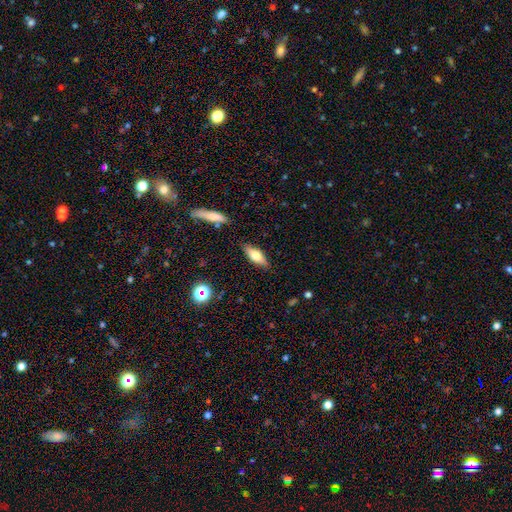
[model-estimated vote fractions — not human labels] A smooth galaxy with no disk features (66%) that is in between round and cigar-shaped (68%).

Vote fractions:
- Smooth or featured? smooth: 66% / featured or disk: 26% / star or artifact: 8%
- How rounded? in between: 68% / cigar-shaped: 29% / round: 3%
- Merging? none: 85% / minor disturbance: 11% / major disturbance: 2% / merger: 2%